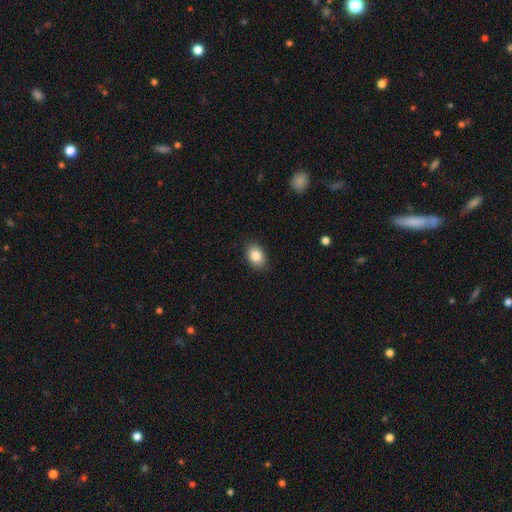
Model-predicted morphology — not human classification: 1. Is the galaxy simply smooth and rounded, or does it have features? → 84% smooth, 8% star or artifact, 8% featured or disk.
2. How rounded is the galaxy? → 79% in between, 20% round, 1% cigar-shaped.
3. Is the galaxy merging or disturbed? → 87% none, 10% minor disturbance, 2% major disturbance, 1% merger.